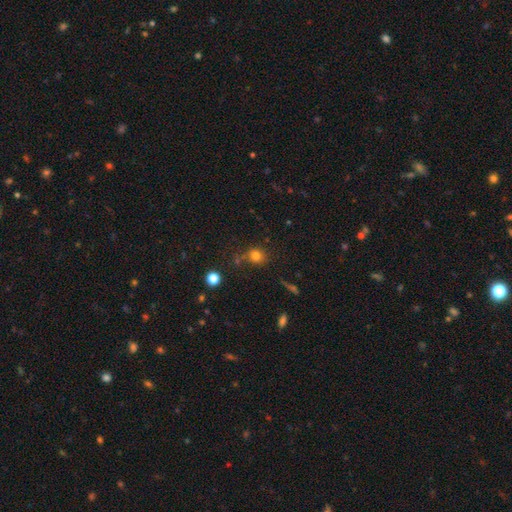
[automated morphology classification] smooth-or-featured: smooth: 78% | star or artifact: 14% | featured or disk: 8%
  how-rounded: round: 80% | in between: 18% | cigar-shaped: 1%
  merging: none: 69% | minor disturbance: 16% | merger: 9% | major disturbance: 6%